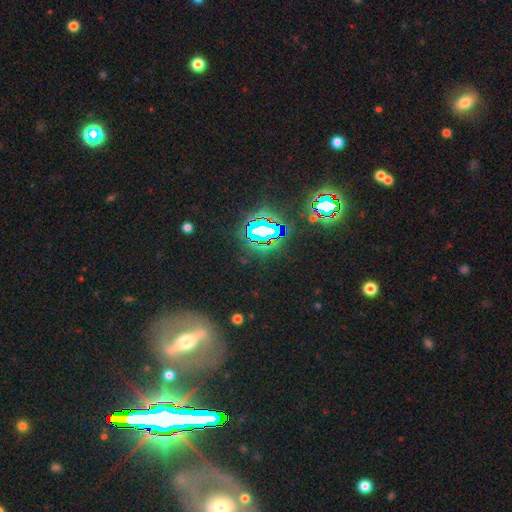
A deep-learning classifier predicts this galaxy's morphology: type=star or artifact (60%).